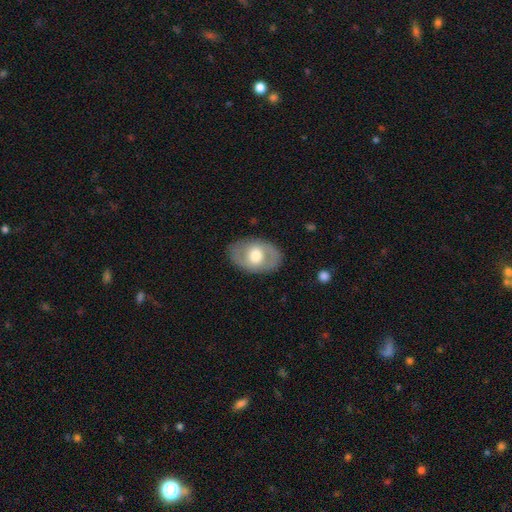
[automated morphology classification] Q: Smooth or featured?
A: featured or disk (53%); runner-up: smooth (41%)
Q: Edge-on disk?
A: no (93%); runner-up: yes (7%)
Q: Merging?
A: none (83%); runner-up: minor disturbance (11%)